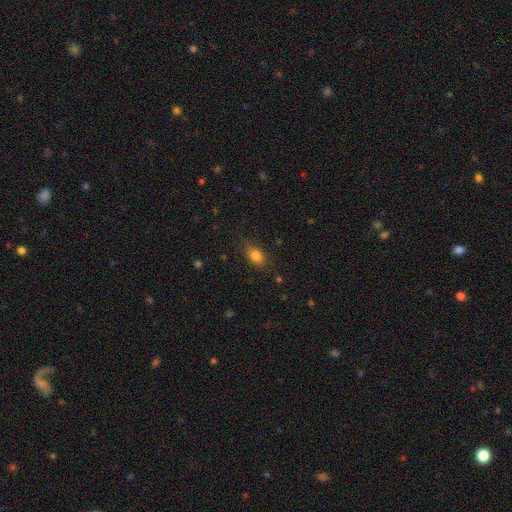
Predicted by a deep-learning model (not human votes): This appears to be a smooth galaxy with no disk features (82%) that is in between round and cigar-shaped (80%). Merging: none (77%).